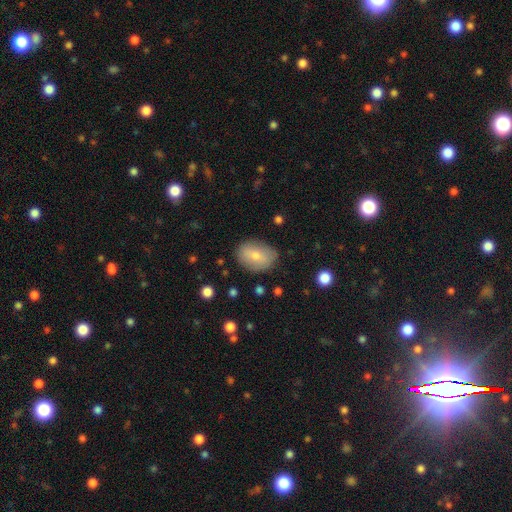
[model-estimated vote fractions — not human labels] smooth_or_featured: smooth (p=0.70) [alt: featured or disk p=0.23]
how_rounded: in between (p=0.76) [alt: round p=0.23]
merging: none (p=0.79) [alt: minor disturbance p=0.15]